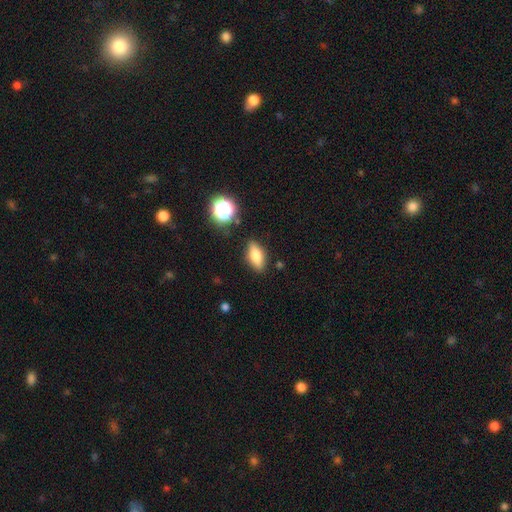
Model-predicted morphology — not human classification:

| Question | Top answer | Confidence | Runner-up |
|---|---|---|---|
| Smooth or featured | smooth | 71% | featured or disk (19%) |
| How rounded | in between | 77% | cigar-shaped (16%) |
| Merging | none | 84% | minor disturbance (11%) |